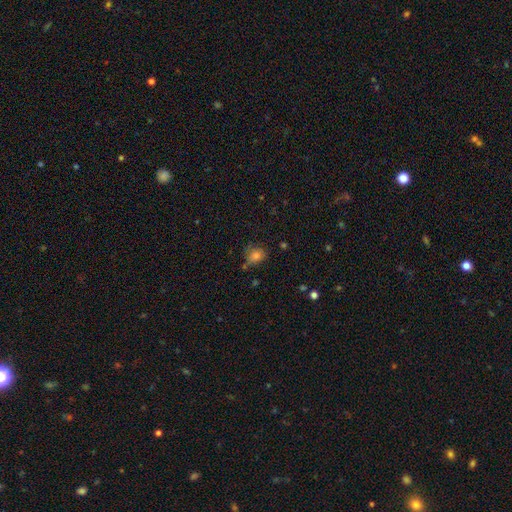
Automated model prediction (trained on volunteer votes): Q: Smooth or featured?
A: smooth (77%); runner-up: star or artifact (14%)
Q: How rounded?
A: round (66%); runner-up: in between (33%)
Q: Merging?
A: none (67%); runner-up: minor disturbance (21%)